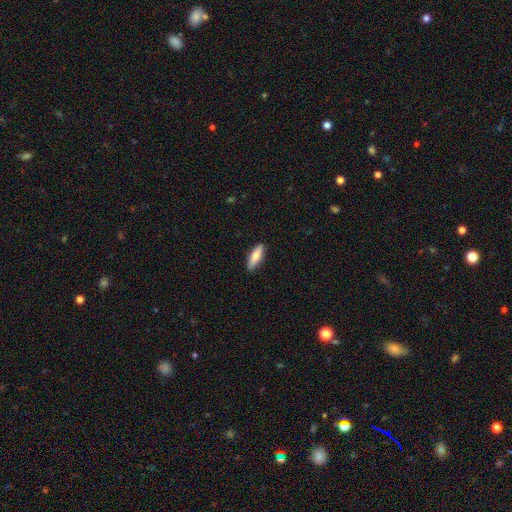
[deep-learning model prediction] Smooth or featured? Predicted: smooth (p=0.74). How rounded? Predicted: cigar-shaped (p=0.49, tied with in between). Merging? Predicted: none (p=0.88).